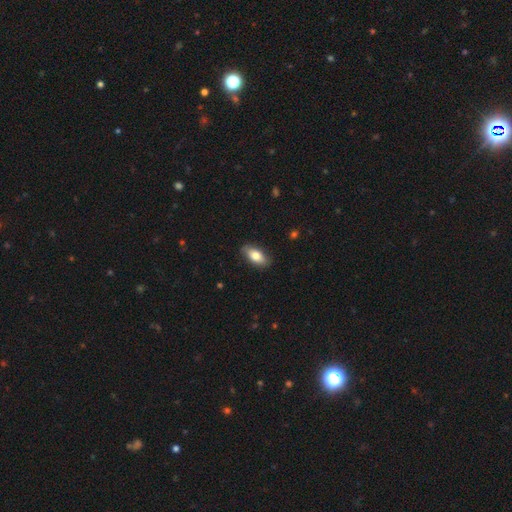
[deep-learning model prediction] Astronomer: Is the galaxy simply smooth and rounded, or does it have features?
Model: smooth — 76%.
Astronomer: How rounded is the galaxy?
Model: in between — 89%.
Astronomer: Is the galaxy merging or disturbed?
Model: none — 85%.